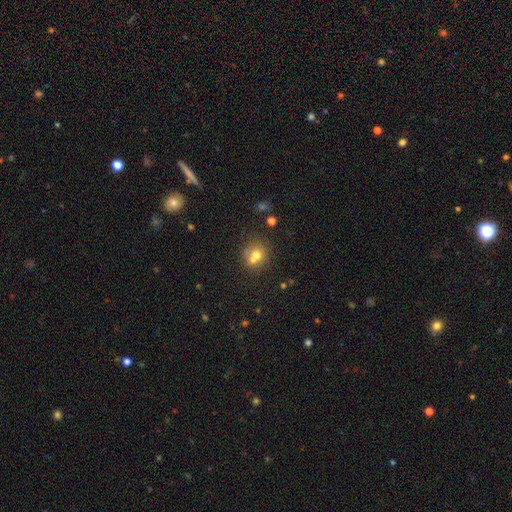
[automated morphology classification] Smooth or featured? smooth (68%)
How rounded? round (77%)
Merging? none (46%)